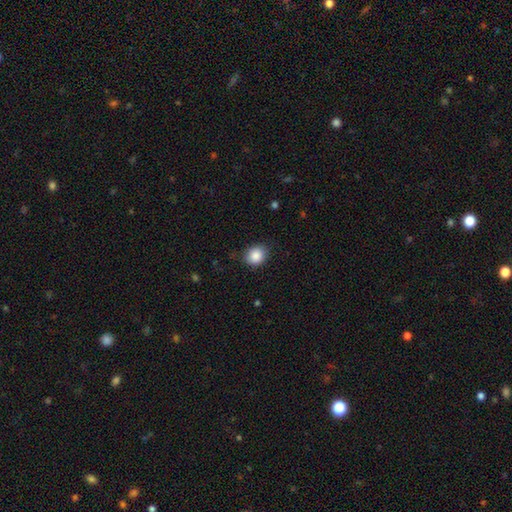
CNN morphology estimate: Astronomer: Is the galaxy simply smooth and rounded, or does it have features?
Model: smooth — 87%.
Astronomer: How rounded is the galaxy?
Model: round — 69%.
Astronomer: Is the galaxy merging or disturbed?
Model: none — 82%.